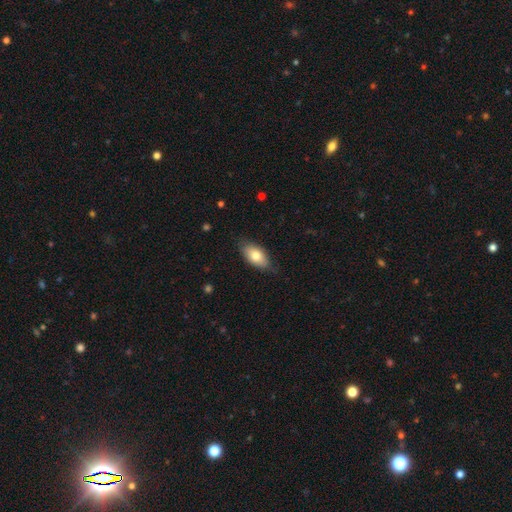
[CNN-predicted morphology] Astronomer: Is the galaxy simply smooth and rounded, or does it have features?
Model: smooth — 77%.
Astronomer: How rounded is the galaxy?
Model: in between — 91%.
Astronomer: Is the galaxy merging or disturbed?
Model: none — 78%.